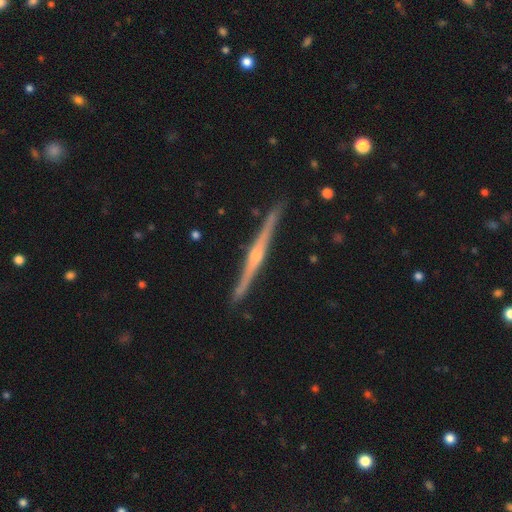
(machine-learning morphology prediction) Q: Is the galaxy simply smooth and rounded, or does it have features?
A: featured or disk — 85%.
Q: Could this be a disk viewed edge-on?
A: yes — 99%.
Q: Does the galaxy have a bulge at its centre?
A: rounded — 84%.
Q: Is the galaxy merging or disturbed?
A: none — 91%.